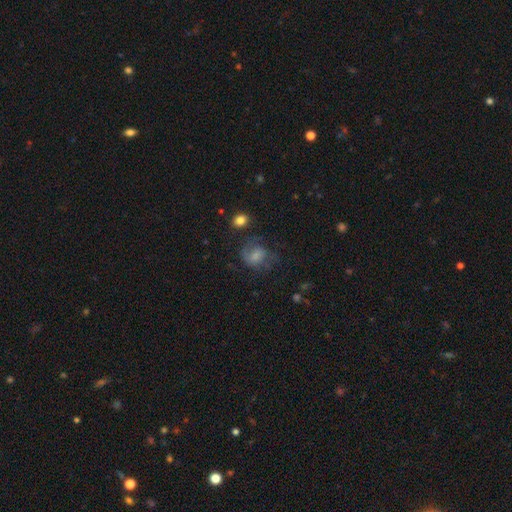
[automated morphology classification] The model was most divided on "how rounded": round: 51%, in between: 48%, cigar-shaped: 1%. Remaining: smooth or featured — smooth (50%); merging — none (43%).